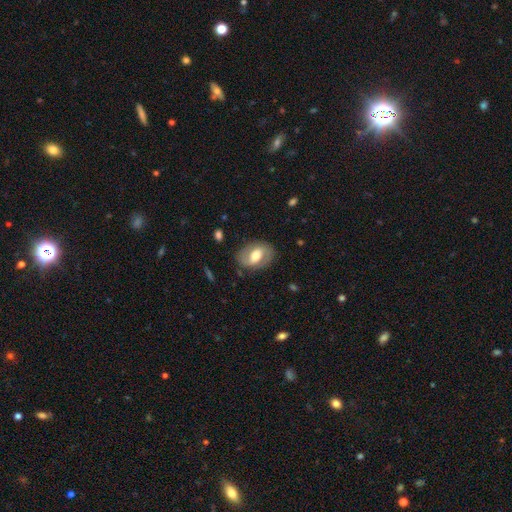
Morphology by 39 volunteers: smooth-or-featured: featured or disk: 54% | smooth: 44% | star or artifact: 3%
  disk-edge-on: no: 90% | yes: 10%
    bar: weak: 47% | no: 32% | strong: 21%
    has-spiral-arms: yes: 68% | no: 32%
      spiral-winding: tight: 62% | medium: 23% | loose: 15%
      spiral-arm-count: 2: 77% | 1: 15% | can't tell: 8% | 3: 0% | 4: 0% | more than 4: 0%
    bulge-size: moderate: 58% | small: 37% | none: 5% | dominant: 0% | large: 0%
  merging: none: 61% | minor disturbance: 21% | major disturbance: 16% | merger: 3%